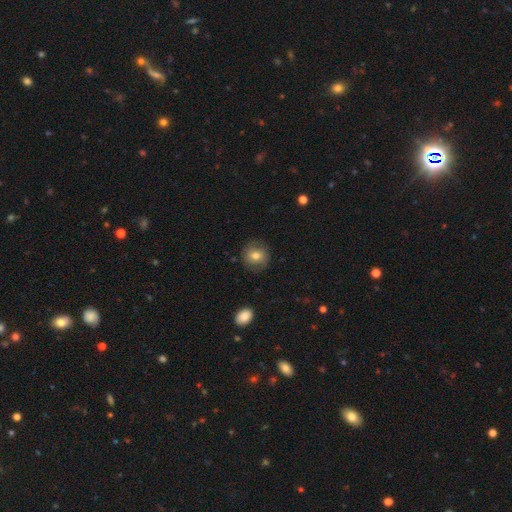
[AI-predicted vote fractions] smooth 73%, featured or disk 17%, star or artifact 9%. Down the decision tree: how rounded — round (87%); merging — none (83%).